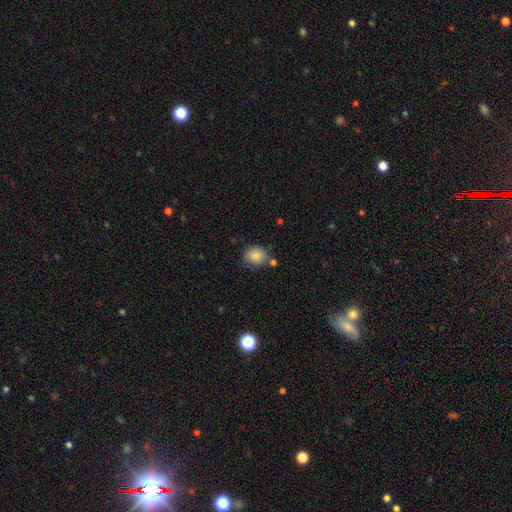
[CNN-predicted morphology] smooth 85%, star or artifact 9%, featured or disk 6%. Down the decision tree: how rounded — round (69%); merging — none (72%).